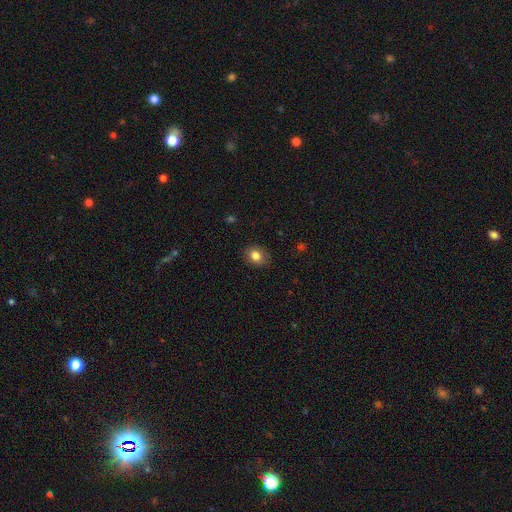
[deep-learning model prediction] Q: Smooth or featured?
A: smooth (83%); runner-up: star or artifact (10%)
Q: How rounded?
A: round (50%); runner-up: in between (49%)
Q: Merging?
A: none (86%); runner-up: minor disturbance (10%)